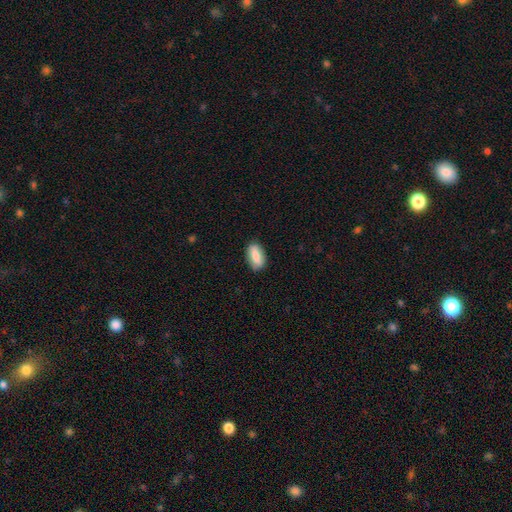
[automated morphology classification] Smooth or featured: smooth — 80% (featured or disk — 13%)
How rounded: in between — 86% (cigar-shaped — 11%)
Merging: none — 84% (minor disturbance — 12%)